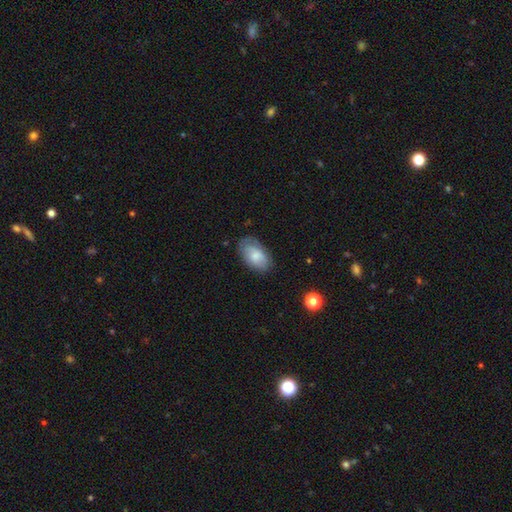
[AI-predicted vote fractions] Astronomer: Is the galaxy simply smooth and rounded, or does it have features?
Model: smooth — 72%.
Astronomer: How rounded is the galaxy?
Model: in between — 93%.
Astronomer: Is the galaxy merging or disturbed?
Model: none — 71%.